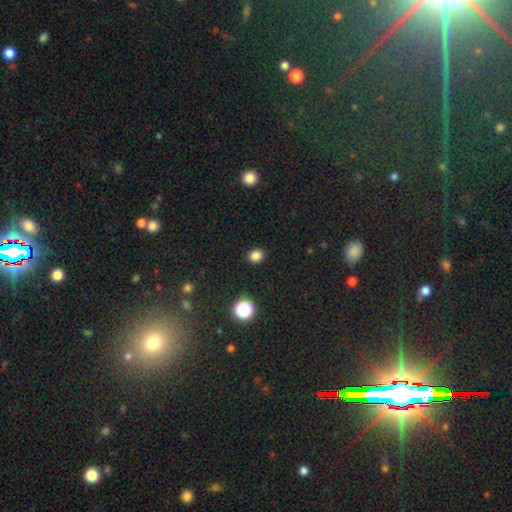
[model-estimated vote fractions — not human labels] Smooth or featured: smooth — 83% (star or artifact — 13%)
How rounded: in between — 52% (round — 47%)
Merging: none — 89% (minor disturbance — 8%)